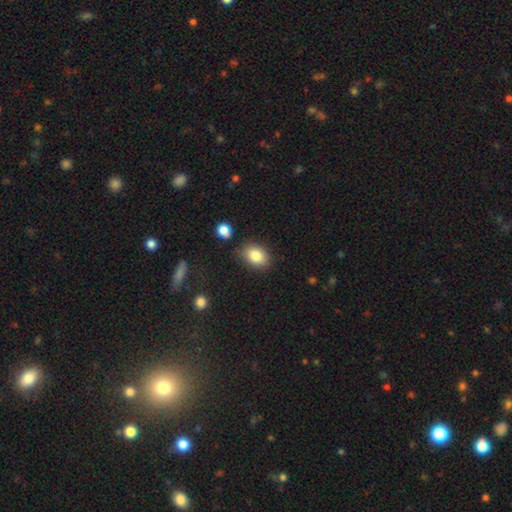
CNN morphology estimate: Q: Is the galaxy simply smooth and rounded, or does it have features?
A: smooth — 83%.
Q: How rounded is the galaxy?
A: in between — 75%.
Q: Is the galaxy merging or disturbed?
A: none — 81%.